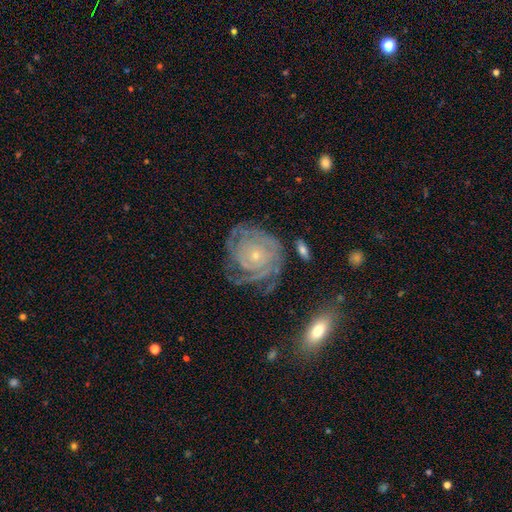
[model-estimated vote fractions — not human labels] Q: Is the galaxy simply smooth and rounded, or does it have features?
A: featured or disk — 85%.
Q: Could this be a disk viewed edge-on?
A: no — 97%.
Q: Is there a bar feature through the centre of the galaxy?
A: no — 82%.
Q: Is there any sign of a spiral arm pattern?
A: yes — 95%.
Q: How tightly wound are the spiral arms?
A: tight — 79%.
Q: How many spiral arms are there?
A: can't tell — 32%.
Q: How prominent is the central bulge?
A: small — 81%.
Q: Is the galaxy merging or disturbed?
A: none — 65%.